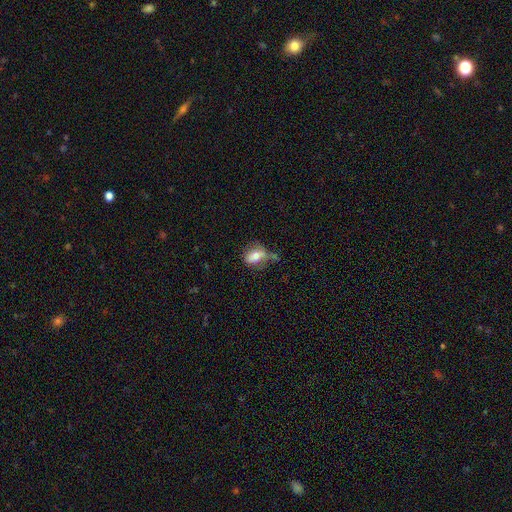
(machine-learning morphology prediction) A smooth galaxy with no disk features (72%) that is in between round and cigar-shaped (81%). Merging: none (41%).